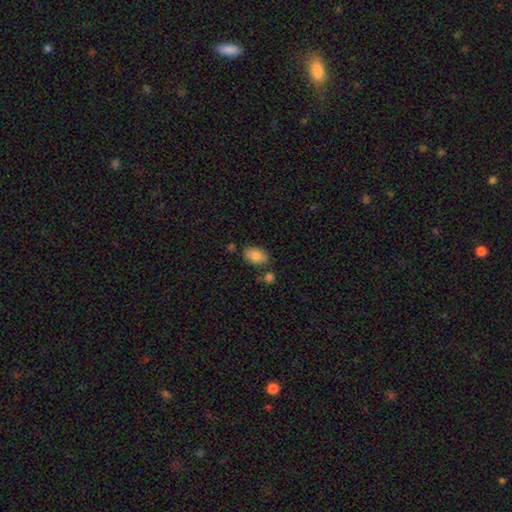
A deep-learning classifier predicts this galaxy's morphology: Q: Smooth or featured?
A: smooth (85%); runner-up: star or artifact (7%)
Q: How rounded?
A: in between (85%); runner-up: round (14%)
Q: Merging?
A: none (76%); runner-up: minor disturbance (14%)